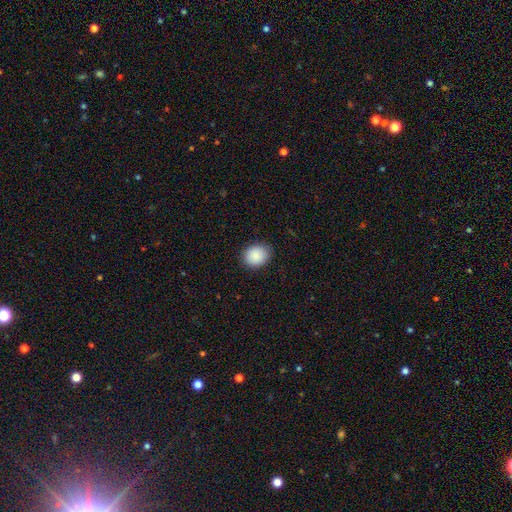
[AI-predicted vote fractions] smooth_or_featured: smooth (p=0.89) [alt: star or artifact p=0.08]
how_rounded: round (p=0.59) [alt: in between p=0.40]
merging: none (p=0.88) [alt: minor disturbance p=0.09]